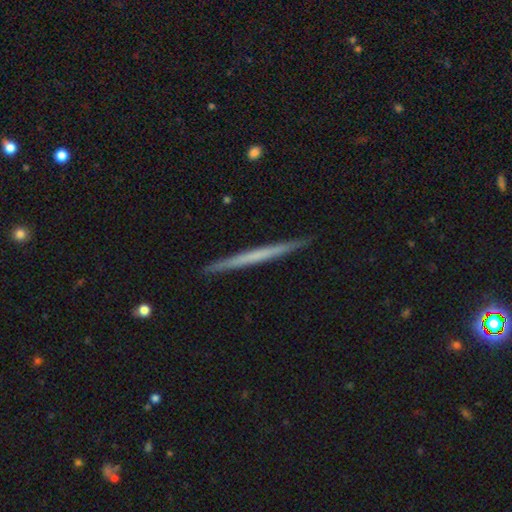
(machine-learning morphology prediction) smooth-or-featured: featured or disk: 51% | smooth: 44% | star or artifact: 5%
  disk-edge-on: yes: 97% | no: 3%
    edge-on-bulge: none: 91% | rounded: 6% | boxy: 3%
  merging: none: 92% | minor disturbance: 6% | major disturbance: 1% | merger: 1%